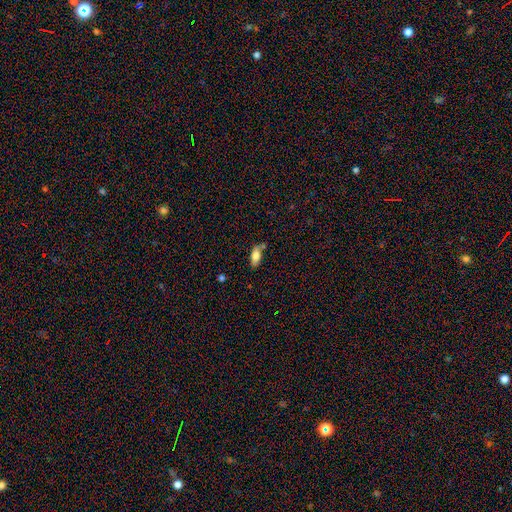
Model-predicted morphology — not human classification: The model was most divided on "merging": none: 63%, minor disturbance: 22%, merger: 10%, major disturbance: 5%. More confident: how rounded — in between (85%); smooth or featured — smooth (77%).